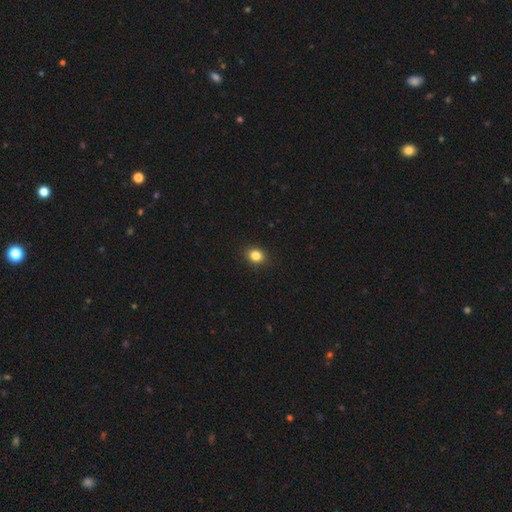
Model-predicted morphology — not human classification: smooth_or_featured: smooth (p=0.84) [alt: star or artifact p=0.11]
how_rounded: round (p=0.61) [alt: in between p=0.38]
merging: none (p=0.91) [alt: minor disturbance p=0.06]